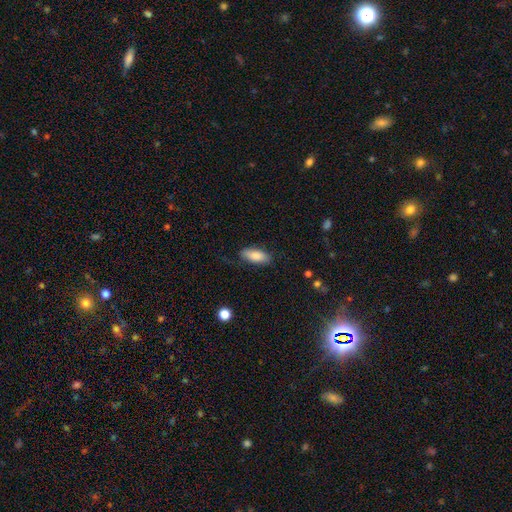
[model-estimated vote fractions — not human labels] A smooth galaxy with no disk features (84%) that is in between round and cigar-shaped (82%).

Vote fractions:
- Smooth or featured? smooth: 84% / featured or disk: 9% / star or artifact: 6%
- How rounded? in between: 82% / cigar-shaped: 15% / round: 2%
- Merging? none: 79% / minor disturbance: 16% / major disturbance: 4% / merger: 1%